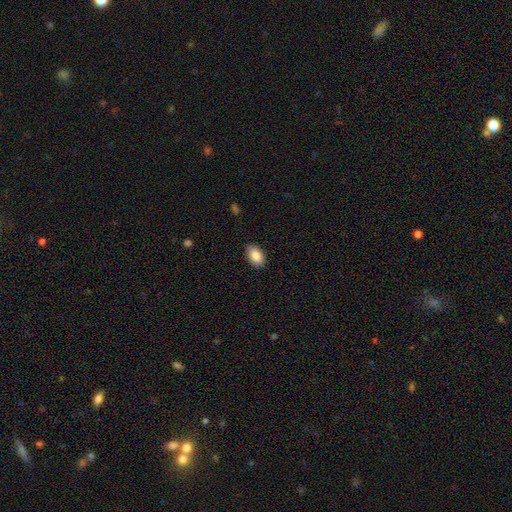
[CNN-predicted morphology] A smooth galaxy with no disk features (87%) that is in between round and cigar-shaped (92%). Merging: none (88%).